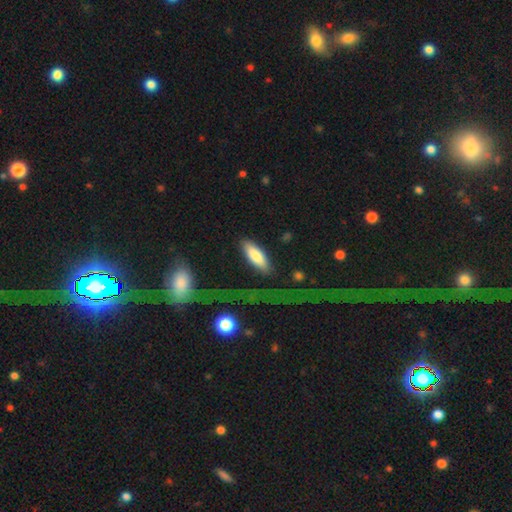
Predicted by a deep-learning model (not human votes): Q: Smooth or featured?
A: smooth (80%); runner-up: featured or disk (15%)
Q: How rounded?
A: in between (67%); runner-up: cigar-shaped (31%)
Q: Merging?
A: none (75%); runner-up: minor disturbance (14%)